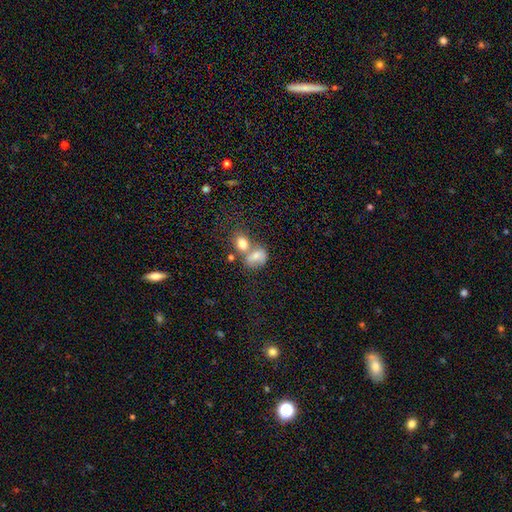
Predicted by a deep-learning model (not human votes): A smooth galaxy with no disk features (68%) that is in between round and cigar-shaped (61%).

Vote fractions:
- Smooth or featured? smooth: 68% / featured or disk: 21% / star or artifact: 11%
- How rounded? in between: 61% / round: 37% / cigar-shaped: 2%
- Merging? merger: 51% / none: 31% / minor disturbance: 12% / major disturbance: 7%